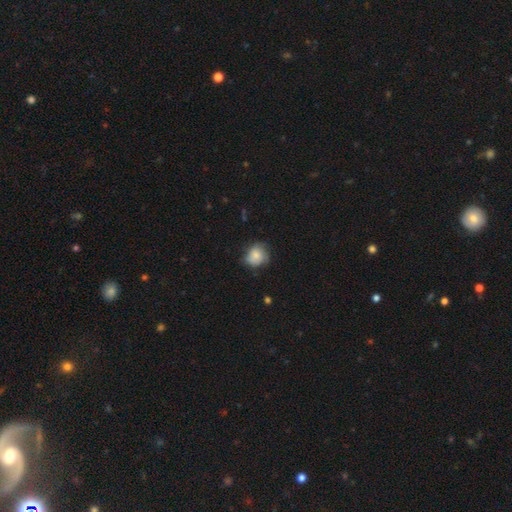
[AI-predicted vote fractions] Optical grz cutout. It shows a smooth galaxy with no disk features (73%) that is round (72%). Merging: none (58%).